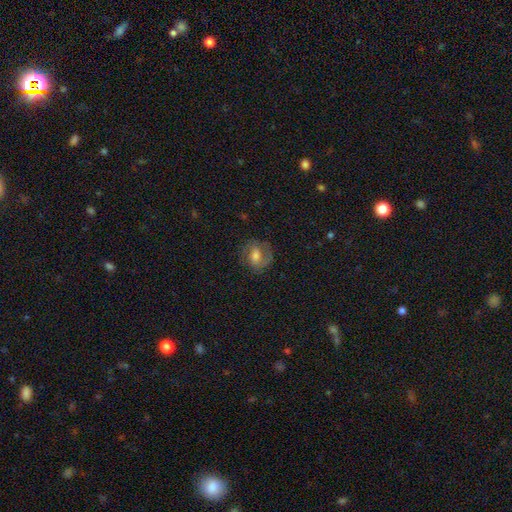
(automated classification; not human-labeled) Smooth or featured?
  - featured or disk: 48% *
  - smooth: 43%
  - star or artifact: 9%
Merging?
  - none: 69% *
  - minor disturbance: 18%
  - major disturbance: 11%
  - merger: 1%